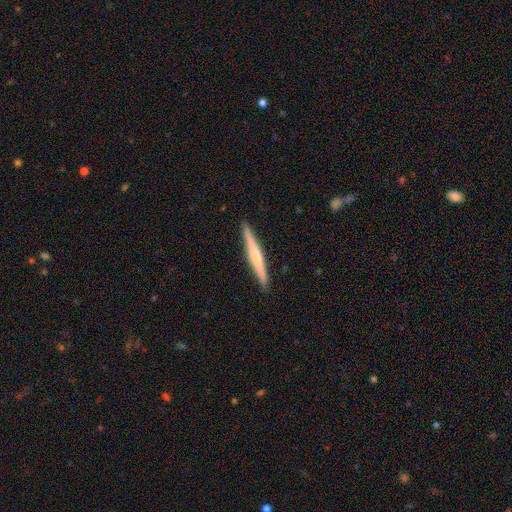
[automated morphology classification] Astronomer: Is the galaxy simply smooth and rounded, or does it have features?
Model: featured or disk — 57% (runner-up: smooth, 38%).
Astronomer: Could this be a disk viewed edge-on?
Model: yes — 98%.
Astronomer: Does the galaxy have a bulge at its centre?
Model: rounded — 55% (runner-up: none, 35%).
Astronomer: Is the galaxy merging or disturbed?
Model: none — 92%.